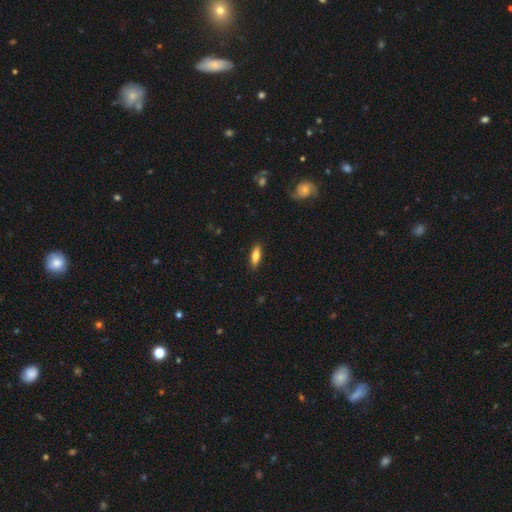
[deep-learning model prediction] A smooth galaxy with no disk features (77%) that is in between round and cigar-shaped (62%).

Vote fractions:
- Smooth or featured? smooth: 77% / featured or disk: 16% / star or artifact: 7%
- How rounded? in between: 62% / cigar-shaped: 36% / round: 2%
- Merging? none: 88% / minor disturbance: 9% / major disturbance: 2% / merger: 1%